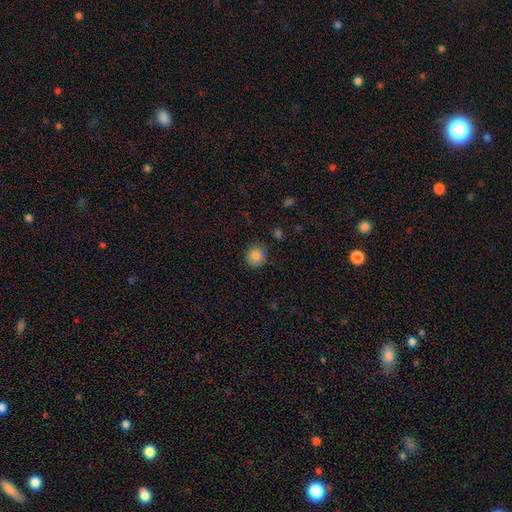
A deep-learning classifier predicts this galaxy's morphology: Smooth or featured?
  - smooth: 83% *
  - star or artifact: 10%
  - featured or disk: 7%
How rounded?
  - round: 86% *
  - in between: 13%
  - cigar-shaped: 1%
Merging?
  - none: 84% *
  - minor disturbance: 12%
  - major disturbance: 3%
  - merger: 2%